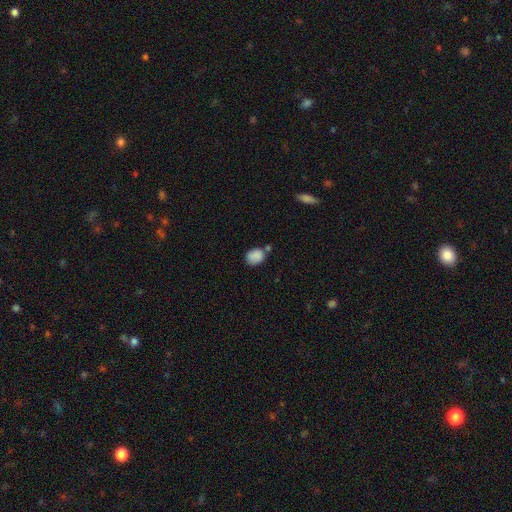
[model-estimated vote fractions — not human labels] A smooth galaxy with no disk features (85%) that is in between round and cigar-shaped (57%).

Vote fractions:
- Smooth or featured? smooth: 85% / star or artifact: 9% / featured or disk: 6%
- How rounded? in between: 57% / round: 42% / cigar-shaped: 1%
- Merging? none: 56% / minor disturbance: 21% / merger: 17% / major disturbance: 6%